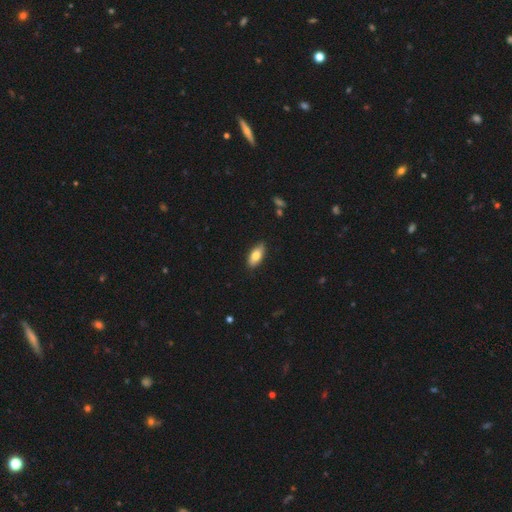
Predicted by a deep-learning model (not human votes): A smooth galaxy with no disk features (78%) that is in between round and cigar-shaped (87%).

Vote fractions:
- Smooth or featured? smooth: 78% / featured or disk: 16% / star or artifact: 6%
- How rounded? in between: 87% / cigar-shaped: 11% / round: 3%
- Merging? none: 85% / minor disturbance: 12% / major disturbance: 2% / merger: 1%